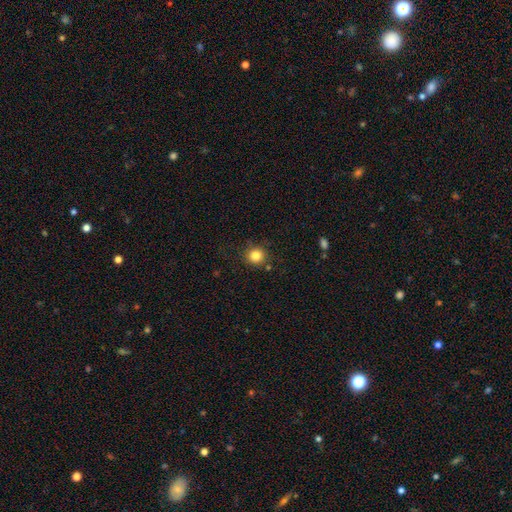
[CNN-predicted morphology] Smooth or featured? Predicted: smooth (p=0.83). How rounded? Predicted: round (p=0.91). Merging? Predicted: none (p=0.86).